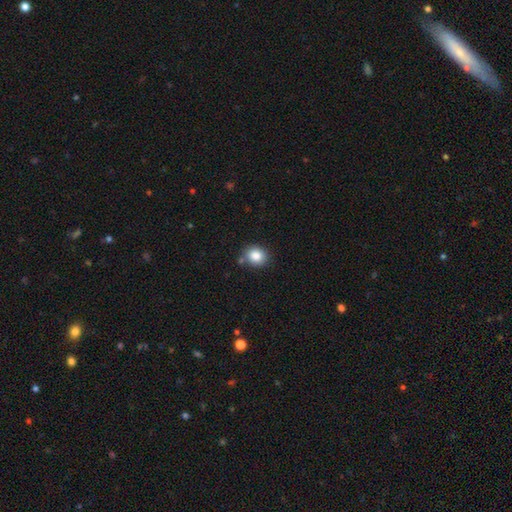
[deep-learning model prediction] This appears to be a smooth galaxy with no disk features (85%) that is round (73%). Merging: none (78%).